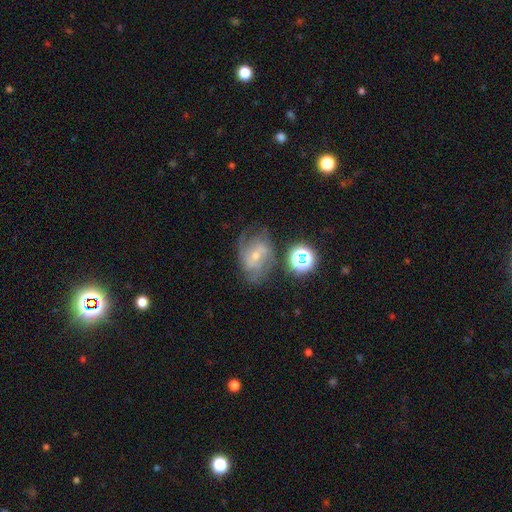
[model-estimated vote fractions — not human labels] This appears to be a featured or disk galaxy (74%) with no bar (45%), 2 (35%) medium (46%) spiral arms (92%) and a small central bulge (56%). Merging: none (59%).